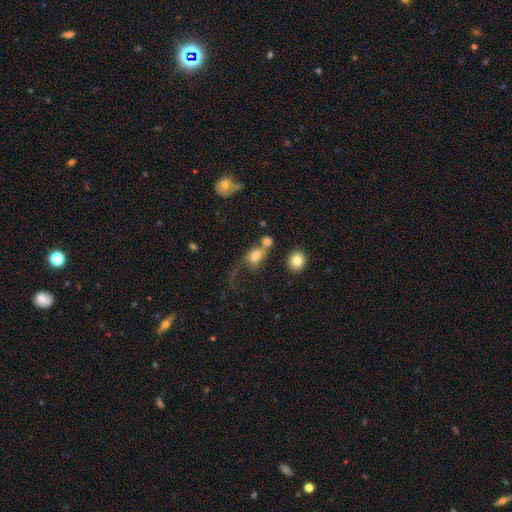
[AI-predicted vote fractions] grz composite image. It shows a smooth galaxy with no disk features (72%) that is in between round and cigar-shaped (50%). Merging: merger (42%).